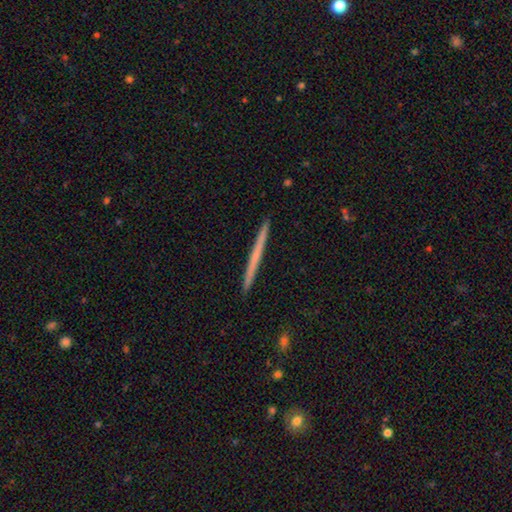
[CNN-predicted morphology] Smooth or featured? featured or disk (48%)
Merging? none (94%)